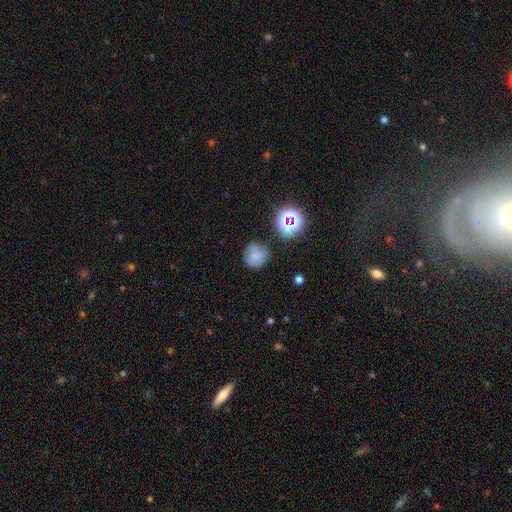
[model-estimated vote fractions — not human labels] A smooth galaxy with no disk features (67%) that is round (87%).

Vote fractions:
- Smooth or featured? smooth: 67% / star or artifact: 19% / featured or disk: 15%
- How rounded? round: 87% / in between: 12% / cigar-shaped: 1%
- Merging? none: 60% / minor disturbance: 22% / major disturbance: 9% / merger: 9%